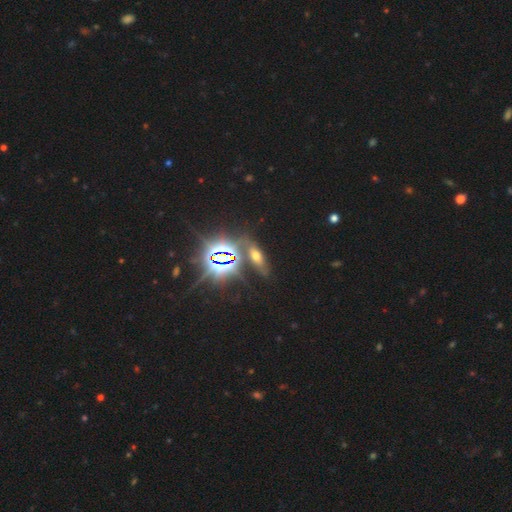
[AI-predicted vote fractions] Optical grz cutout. It shows a star or artifact, not a galaxy (50%).